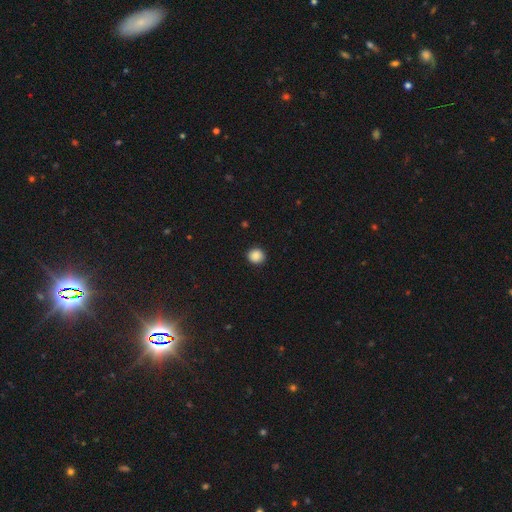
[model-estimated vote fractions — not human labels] Smooth or featured?
  - smooth: 88% *
  - star or artifact: 9%
  - featured or disk: 3%
How rounded?
  - round: 91% *
  - in between: 8%
  - cigar-shaped: 1%
Merging?
  - none: 92% *
  - minor disturbance: 6%
  - major disturbance: 2%
  - merger: 1%